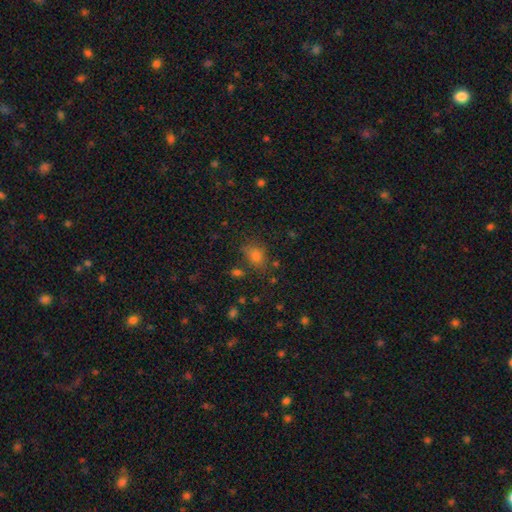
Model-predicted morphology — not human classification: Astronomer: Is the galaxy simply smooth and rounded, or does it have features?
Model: smooth — 73%.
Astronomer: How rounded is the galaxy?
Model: in between — 58% (runner-up: round, 40%).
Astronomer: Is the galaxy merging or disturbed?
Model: none — 72%.